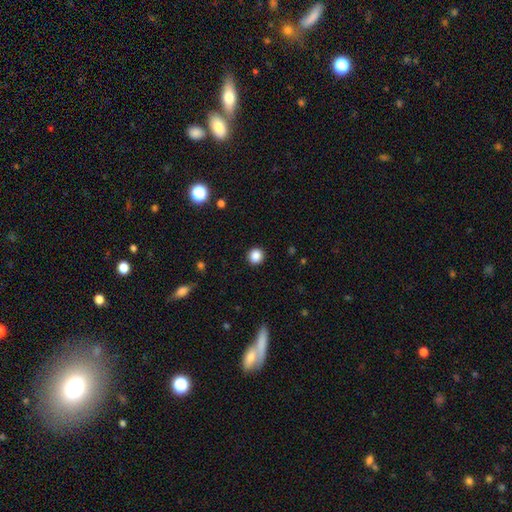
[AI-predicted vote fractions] Morphology: type=smooth (87%); roundness=round (94%); merging=none (92%).